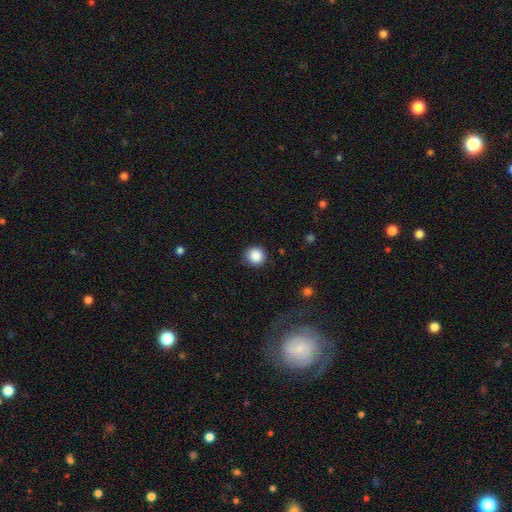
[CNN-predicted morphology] smooth_or_featured: smooth (p=0.88) [alt: star or artifact p=0.09]
how_rounded: round (p=0.94) [alt: in between p=0.05]
merging: none (p=0.87) [alt: minor disturbance p=0.09]